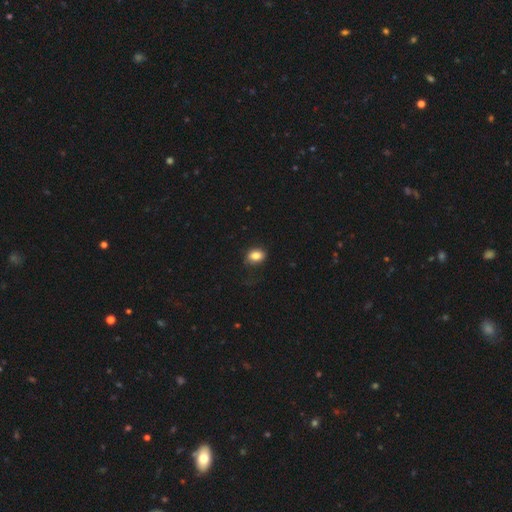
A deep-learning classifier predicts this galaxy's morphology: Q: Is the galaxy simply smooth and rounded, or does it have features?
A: smooth — 83%.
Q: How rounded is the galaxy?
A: in between — 71%.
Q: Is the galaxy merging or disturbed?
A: none — 76%.